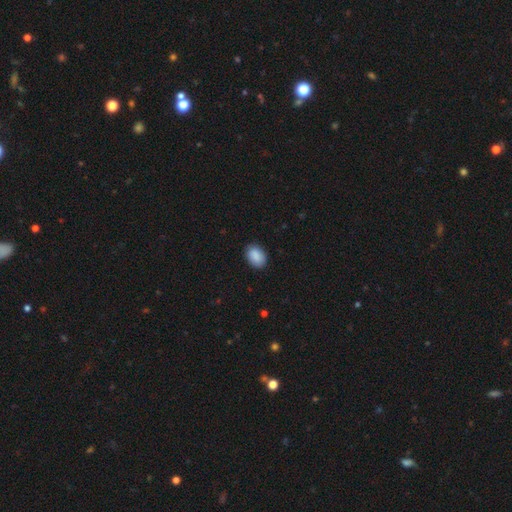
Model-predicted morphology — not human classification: smooth-or-featured: smooth: 89% | star or artifact: 7% | featured or disk: 4%
  how-rounded: in between: 78% | round: 21% | cigar-shaped: 1%
  merging: none: 88% | minor disturbance: 9% | major disturbance: 2% | merger: 1%